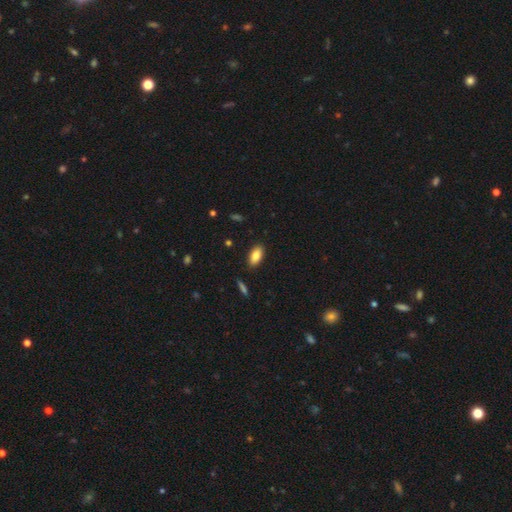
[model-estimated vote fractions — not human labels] A smooth galaxy with no disk features (85%) that is in between round and cigar-shaped (91%).

Vote fractions:
- Smooth or featured? smooth: 85% / featured or disk: 8% / star or artifact: 7%
- How rounded? in between: 91% / cigar-shaped: 6% / round: 3%
- Merging? none: 87% / minor disturbance: 9% / major disturbance: 2% / merger: 1%